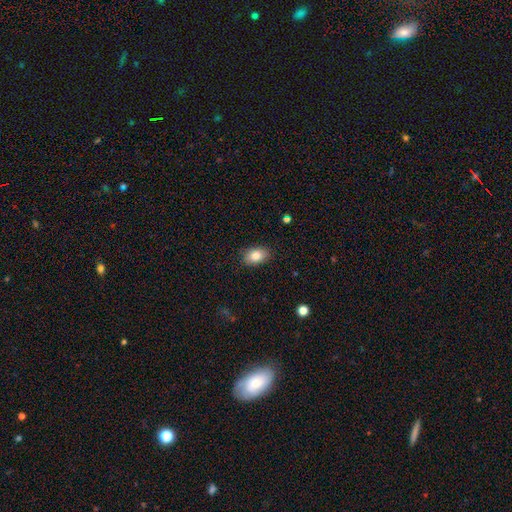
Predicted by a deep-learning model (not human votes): A smooth galaxy with no disk features (84%) that is in between round and cigar-shaped (84%).

Vote fractions:
- Smooth or featured? smooth: 84% / star or artifact: 8% / featured or disk: 8%
- How rounded? in between: 84% / round: 14% / cigar-shaped: 1%
- Merging? none: 86% / minor disturbance: 10% / major disturbance: 2% / merger: 1%